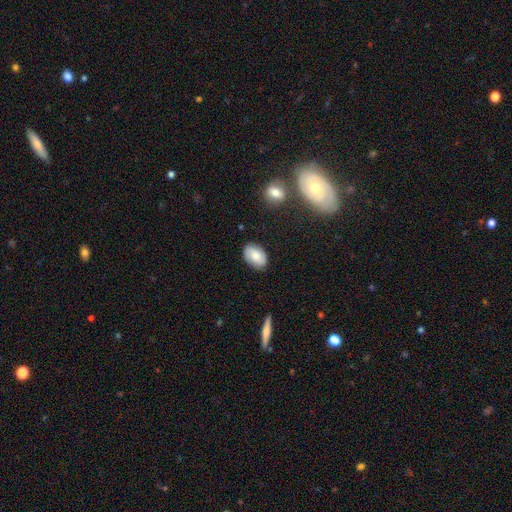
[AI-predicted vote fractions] A smooth galaxy with no disk features (75%) that is in between round and cigar-shaped (88%).

Vote fractions:
- Smooth or featured? smooth: 75% / featured or disk: 18% / star or artifact: 7%
- How rounded? in between: 88% / round: 10% / cigar-shaped: 1%
- Merging? none: 83% / minor disturbance: 13% / major disturbance: 3% / merger: 2%